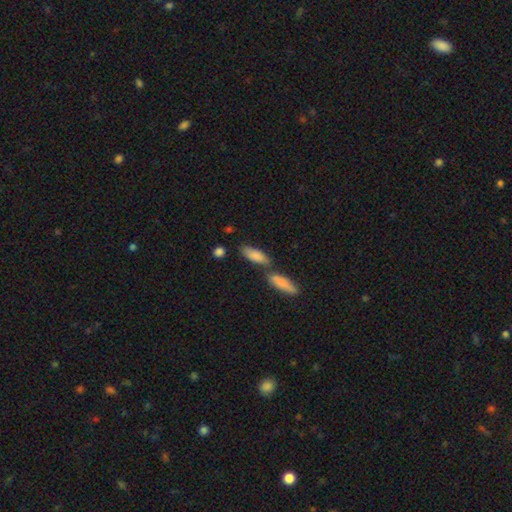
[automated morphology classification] Smooth or featured? smooth (83%)
How rounded? in between (60%)
Merging? none (47%)